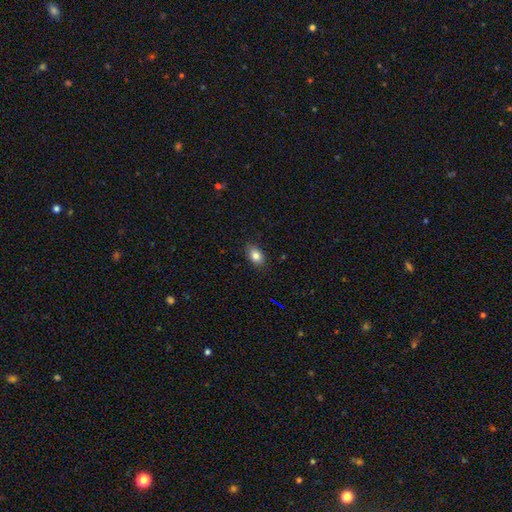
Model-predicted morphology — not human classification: smooth_or_featured: smooth (p=0.84) [alt: star or artifact p=0.09]
how_rounded: in between (p=0.83) [alt: round p=0.16]
merging: none (p=0.85) [alt: minor disturbance p=0.12]